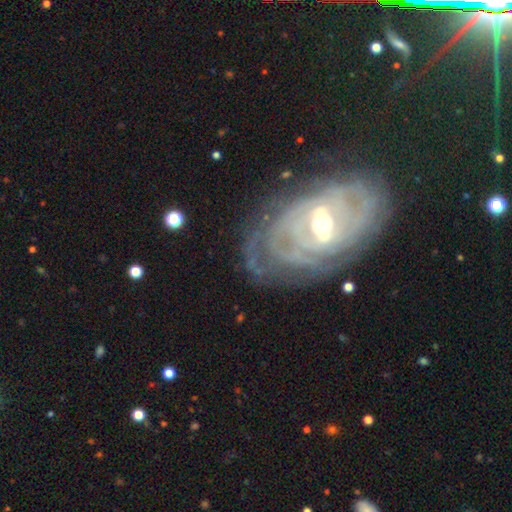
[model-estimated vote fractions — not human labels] Q: Smooth or featured?
A: featured or disk (85%); runner-up: smooth (9%)
Q: Edge-on disk?
A: no (94%); runner-up: yes (6%)
Q: Bar?
A: weak (42%); runner-up: strong (37%)
Q: Spiral arms?
A: yes (88%); runner-up: no (12%)
Q: Spiral winding?
A: tight (70%); runner-up: medium (23%)
Q: Spiral arm count?
A: can't tell (43%); runner-up: 2 (18%)
Q: Bulge size?
A: moderate (70%); runner-up: small (19%)
Q: Merging?
A: none (66%); runner-up: minor disturbance (19%)